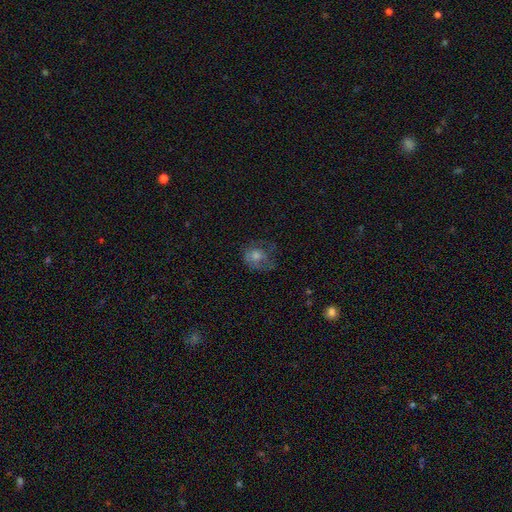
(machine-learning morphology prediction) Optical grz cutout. It shows a smooth galaxy with no disk features (54%) that is round (70%). Merging: none (55%).